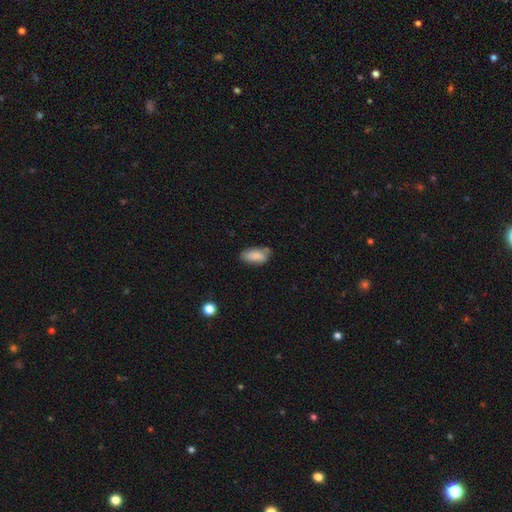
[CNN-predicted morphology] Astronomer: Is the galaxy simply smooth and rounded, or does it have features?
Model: smooth — 82%.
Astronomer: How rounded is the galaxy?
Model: in between — 90%.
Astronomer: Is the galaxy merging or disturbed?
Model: none — 63%.